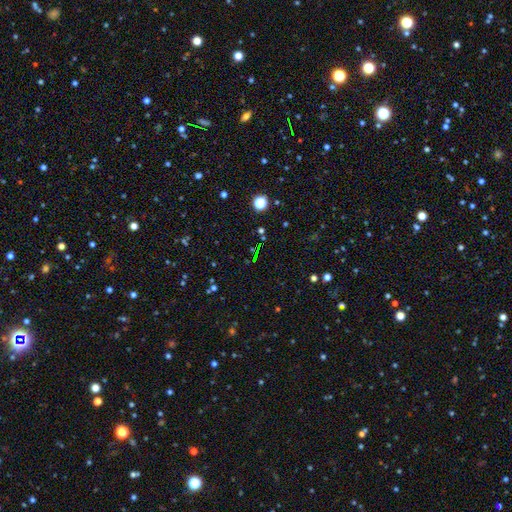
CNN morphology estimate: Smooth or featured? Predicted: star or artifact (p=0.70).